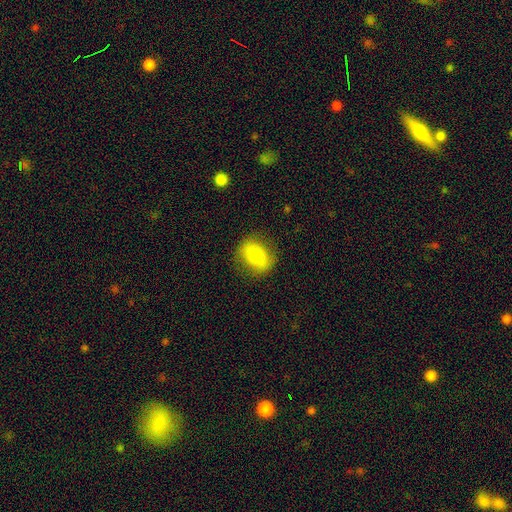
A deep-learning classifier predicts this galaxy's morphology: A smooth galaxy with no disk features (70%) that is in between round and cigar-shaped (56%). Merging: none (81%).